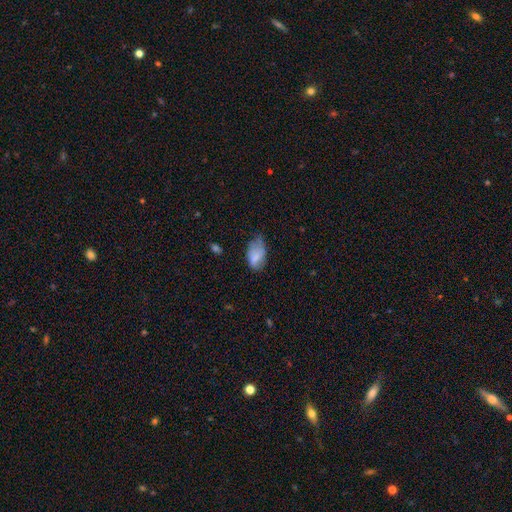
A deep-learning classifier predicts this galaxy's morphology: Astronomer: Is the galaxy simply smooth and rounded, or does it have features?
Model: smooth — 74%.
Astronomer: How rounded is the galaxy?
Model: in between — 91%.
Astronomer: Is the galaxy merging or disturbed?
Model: minor disturbance — 44% (runner-up: none, 31%).